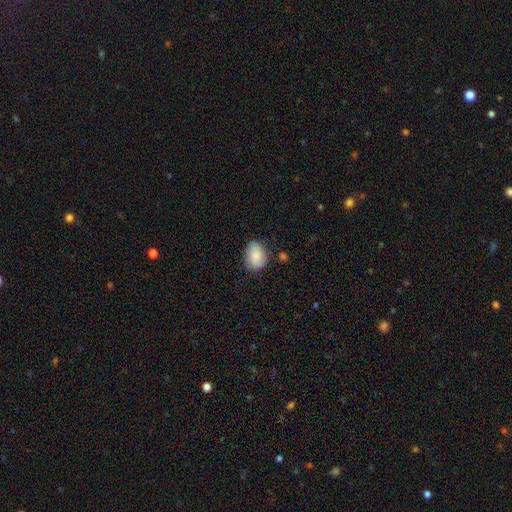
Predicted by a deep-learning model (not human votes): This is clearly a smooth galaxy (81%). How rounded: likely in between (72%). Merging: likely none (72%).